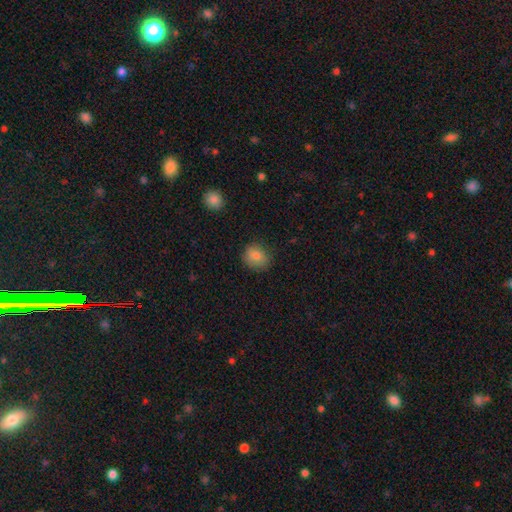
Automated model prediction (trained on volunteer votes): smooth_or_featured: smooth (p=0.83) [alt: star or artifact p=0.10]
how_rounded: round (p=0.68) [alt: in between p=0.31]
merging: none (p=0.80) [alt: minor disturbance p=0.15]